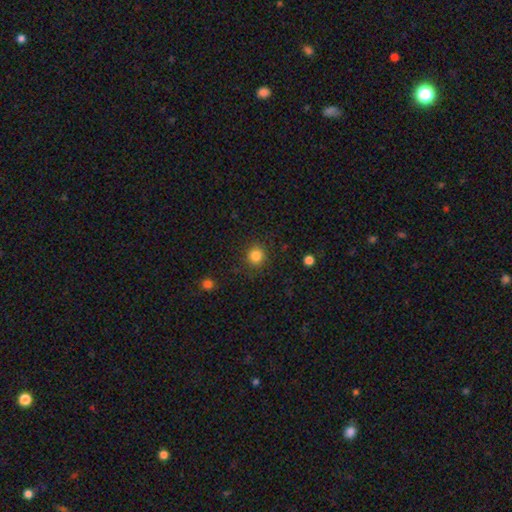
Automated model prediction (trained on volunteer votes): Smooth or featured? smooth (84%)
How rounded? round (91%)
Merging? none (89%)